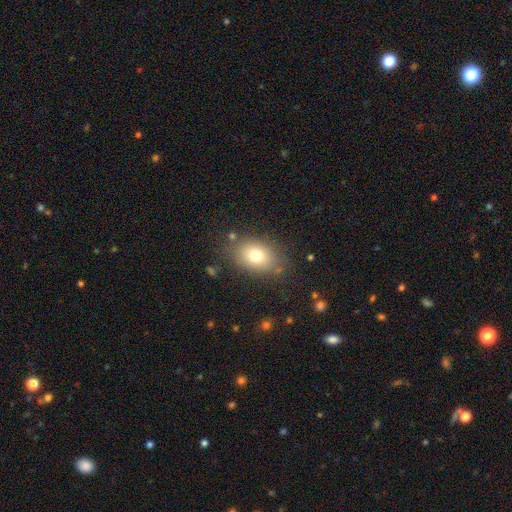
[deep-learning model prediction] smooth-or-featured: smooth: 75% | featured or disk: 14% | star or artifact: 11%
  how-rounded: in between: 75% | round: 24% | cigar-shaped: 1%
  merging: none: 78% | minor disturbance: 14% | major disturbance: 5% | merger: 3%